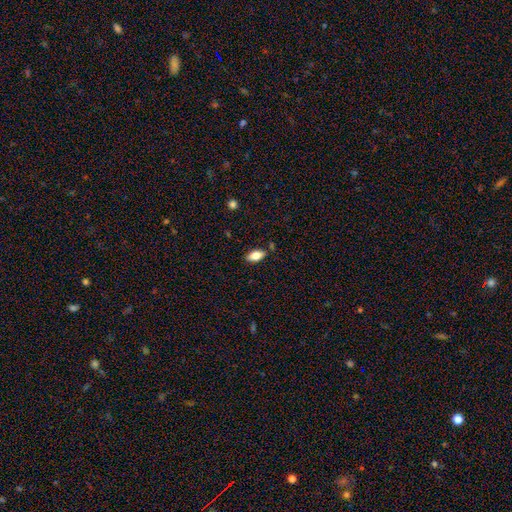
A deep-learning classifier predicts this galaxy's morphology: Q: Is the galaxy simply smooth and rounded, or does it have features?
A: smooth — 78%.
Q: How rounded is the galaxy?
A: in between — 88%.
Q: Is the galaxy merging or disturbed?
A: none — 84%.